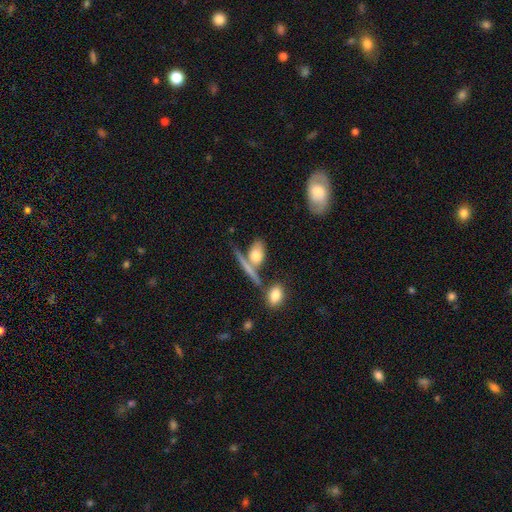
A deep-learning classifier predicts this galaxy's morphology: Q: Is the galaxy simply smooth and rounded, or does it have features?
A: smooth — 66%.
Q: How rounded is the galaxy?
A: in between — 63%.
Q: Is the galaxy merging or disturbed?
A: none — 48%.